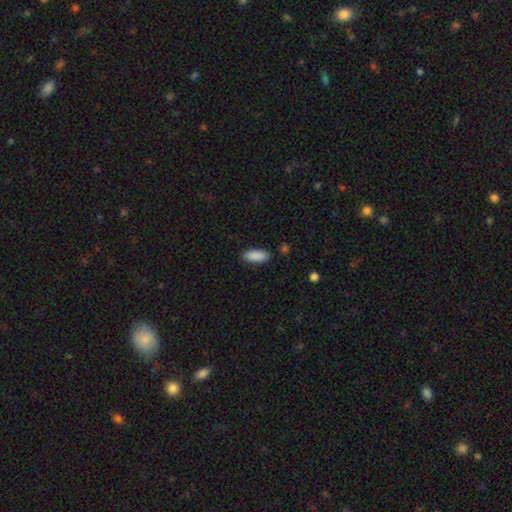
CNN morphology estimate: smooth 90%, star or artifact 6%, featured or disk 3%. Down the decision tree: how rounded — in between (84%); merging — none (87%).